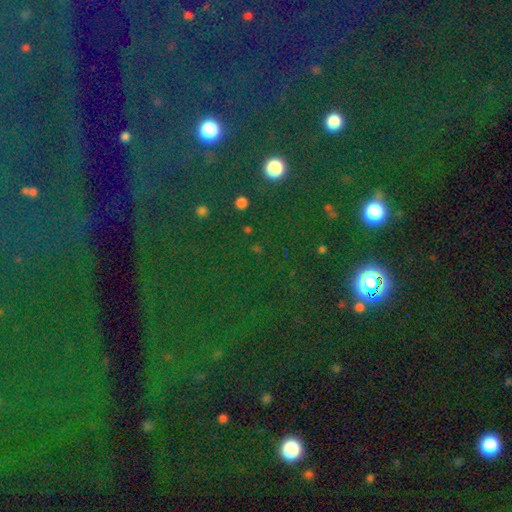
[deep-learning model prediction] Morphology: type=star or artifact (74%).